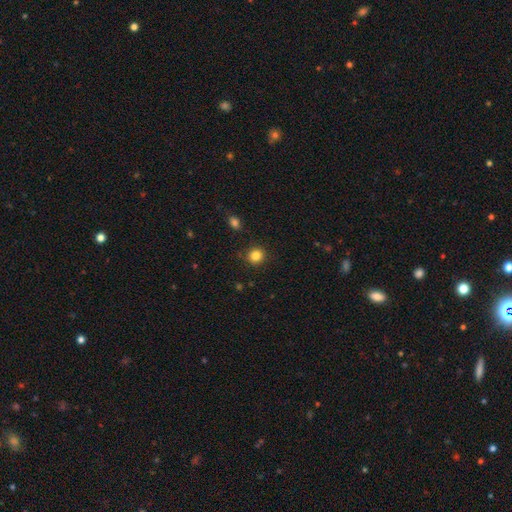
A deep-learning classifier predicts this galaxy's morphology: This appears to be a smooth galaxy with no disk features (84%) that is round (90%). Merging: none (88%).